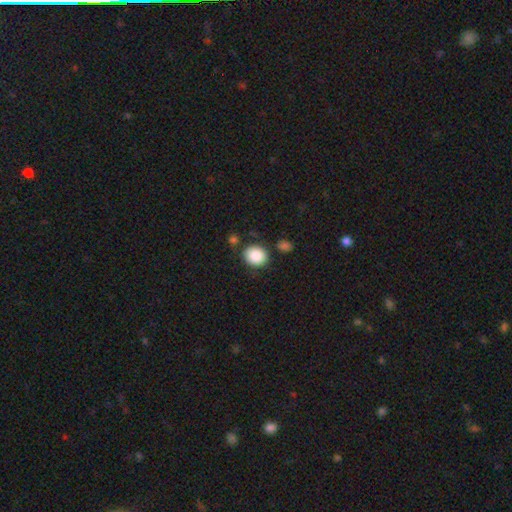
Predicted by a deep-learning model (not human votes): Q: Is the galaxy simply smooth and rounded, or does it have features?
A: smooth — 88%.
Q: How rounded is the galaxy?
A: round — 66%.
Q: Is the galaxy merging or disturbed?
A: none — 79%.